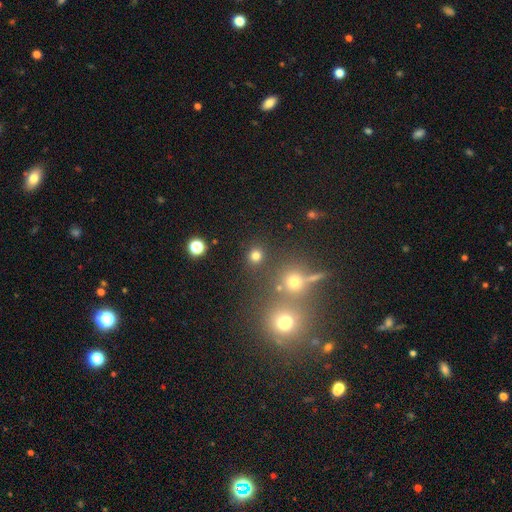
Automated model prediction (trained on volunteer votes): The model was most divided on "smooth or featured": smooth: 76%, star or artifact: 19%, featured or disk: 5%. More confident: how rounded — round (89%); merging — none (85%).